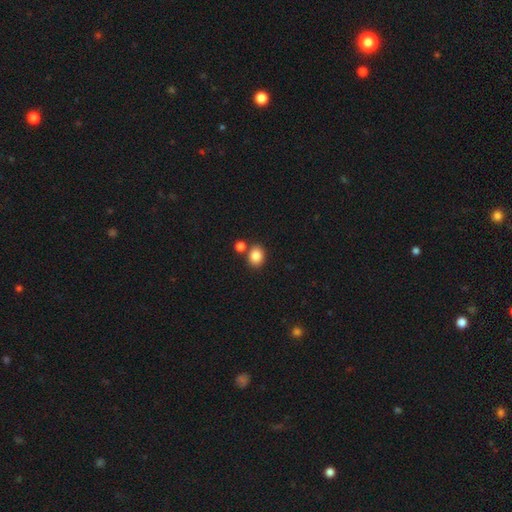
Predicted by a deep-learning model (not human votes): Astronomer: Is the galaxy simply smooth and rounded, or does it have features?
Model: smooth — 85%.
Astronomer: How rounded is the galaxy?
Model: round — 52% (runner-up: in between, 47%).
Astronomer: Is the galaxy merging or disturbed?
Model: none — 72%.